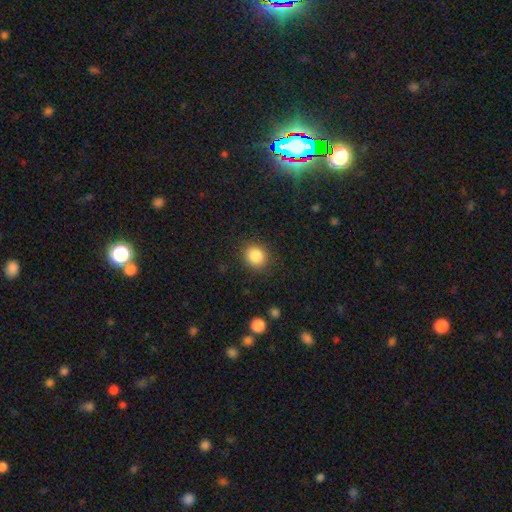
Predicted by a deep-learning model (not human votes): smooth_or_featured: smooth (p=0.85) [alt: star or artifact p=0.10]
how_rounded: round (p=0.79) [alt: in between p=0.20]
merging: none (p=0.86) [alt: minor disturbance p=0.10]